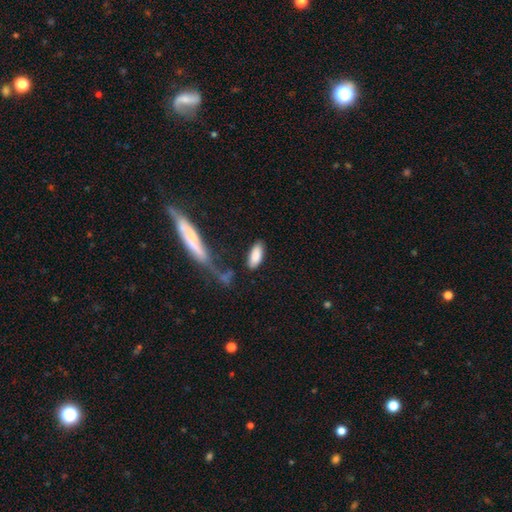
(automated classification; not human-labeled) Overall: smooth (86%). How rounded: in between (83%). Merging: none (74%).